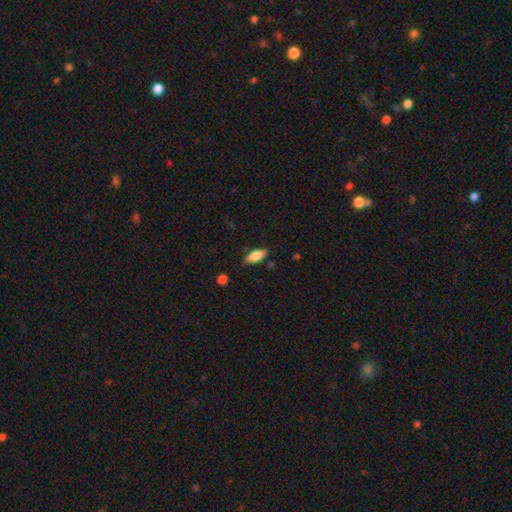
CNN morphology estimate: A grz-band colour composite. It shows a smooth galaxy with no disk features (82%) that is in between round and cigar-shaped (84%). Merging: none (81%).